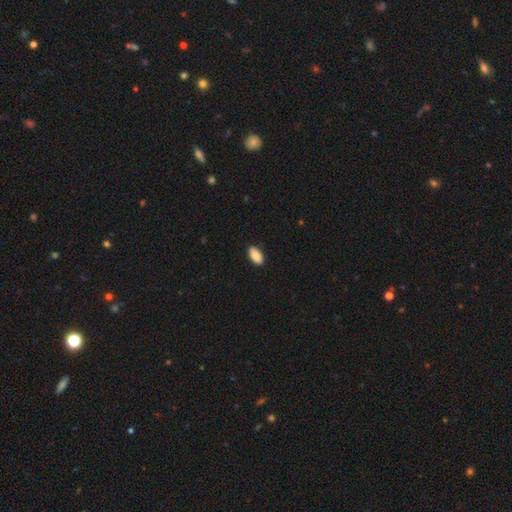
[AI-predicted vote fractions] Q: Smooth or featured?
A: smooth (88%); runner-up: star or artifact (7%)
Q: How rounded?
A: in between (93%); runner-up: cigar-shaped (4%)
Q: Merging?
A: none (86%); runner-up: minor disturbance (11%)